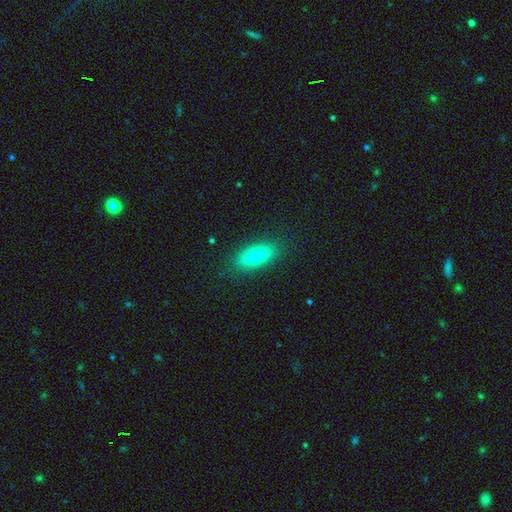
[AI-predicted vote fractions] A smooth galaxy with no disk features (74%) that is in between round and cigar-shaped (79%).

Vote fractions:
- Smooth or featured? smooth: 74% / featured or disk: 17% / star or artifact: 8%
- How rounded? in between: 79% / cigar-shaped: 16% / round: 5%
- Merging? none: 87% / minor disturbance: 10% / major disturbance: 3% / merger: 1%